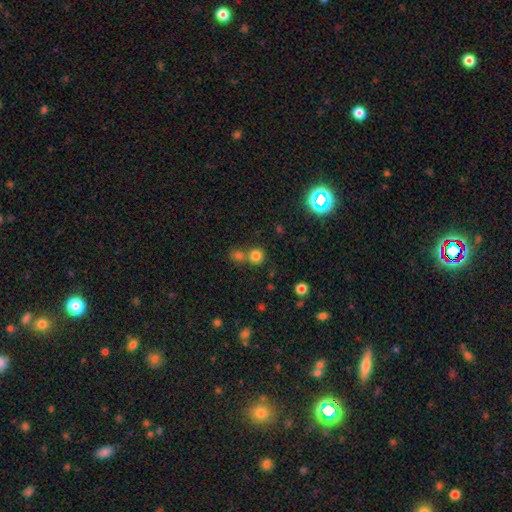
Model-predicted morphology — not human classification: smooth-or-featured: smooth: 76% | star or artifact: 17% | featured or disk: 7%
  how-rounded: round: 90% | in between: 9% | cigar-shaped: 1%
  merging: none: 58% | merger: 33% | minor disturbance: 6% | major disturbance: 3%